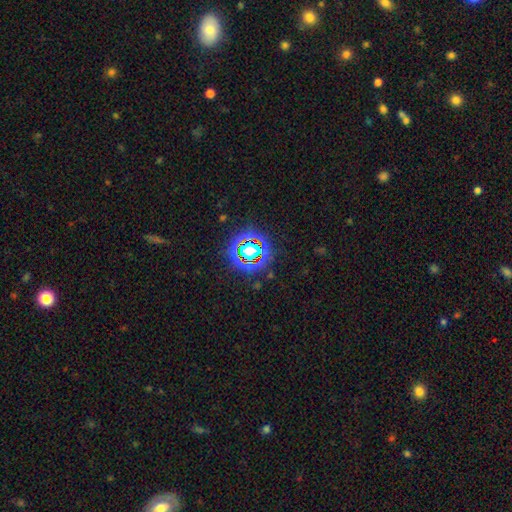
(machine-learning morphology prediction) Smooth or featured: star or artifact — 77% (smooth — 14%)